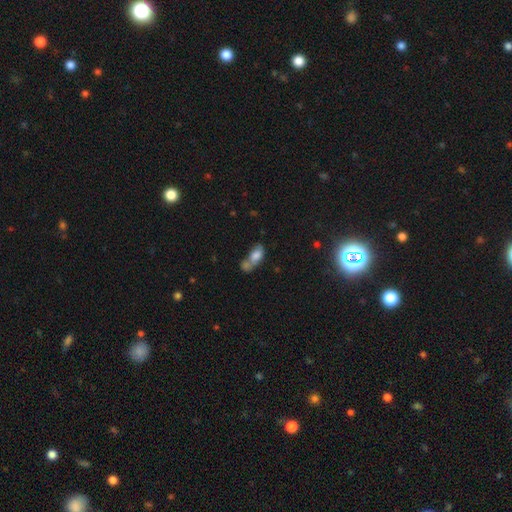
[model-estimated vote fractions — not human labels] The model was most divided on "merging": merger: 60%, none: 20%, minor disturbance: 11%, major disturbance: 9%. More confident: how rounded — in between (84%); smooth or featured — smooth (74%).